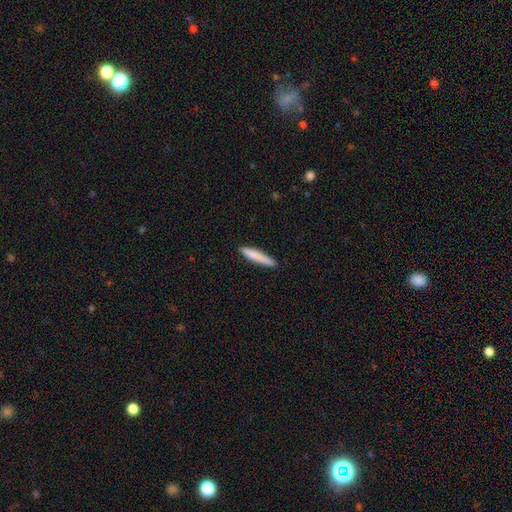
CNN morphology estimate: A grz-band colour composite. It shows a smooth galaxy with no disk features (81%) that is cigar-shaped (91%). Merging: none (88%).